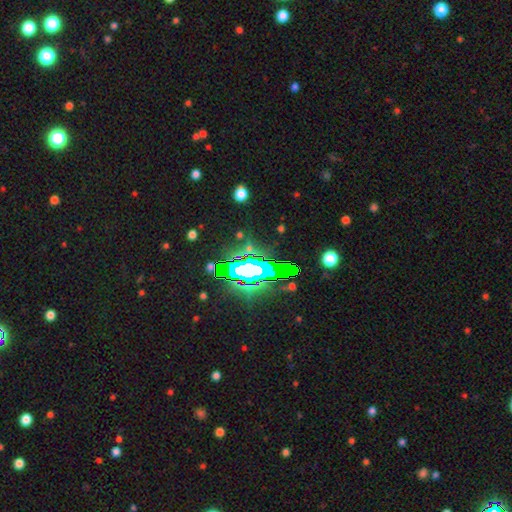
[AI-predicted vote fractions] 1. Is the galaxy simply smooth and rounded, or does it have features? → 67% star or artifact, 18% featured or disk, 14% smooth.